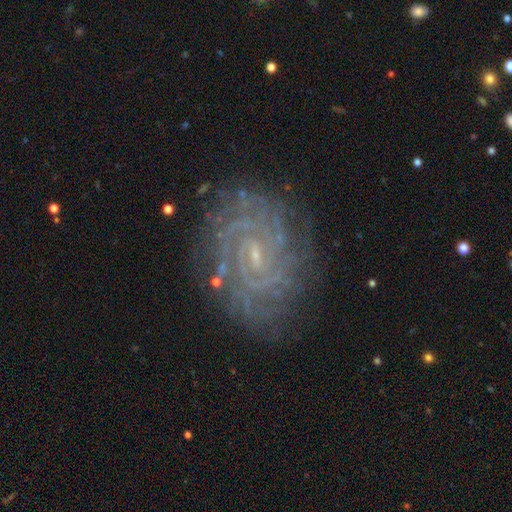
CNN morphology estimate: type=featured or disk (83%); edge-on=no (97%); bar=weak (45%); spiral arms=yes (96%); winding=tight (73%); arm count=can't tell (36%); bulge=small (80%); merging=none (83%).